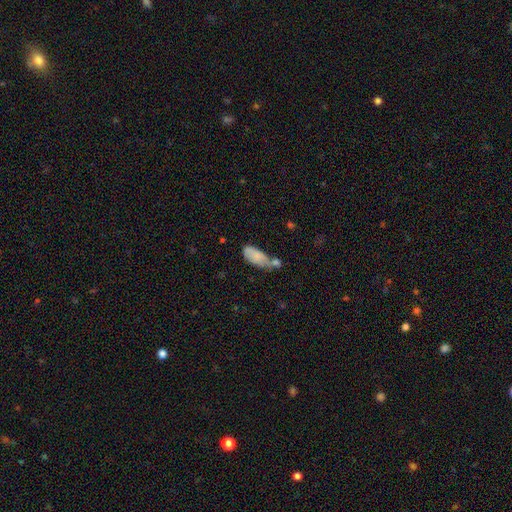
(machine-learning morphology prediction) A smooth galaxy with no disk features (76%) that is in between round and cigar-shaped (85%).

Vote fractions:
- Smooth or featured? smooth: 76% / featured or disk: 17% / star or artifact: 8%
- How rounded? in between: 85% / cigar-shaped: 12% / round: 3%
- Merging? merger: 37% / none: 26% / minor disturbance: 24% / major disturbance: 14%